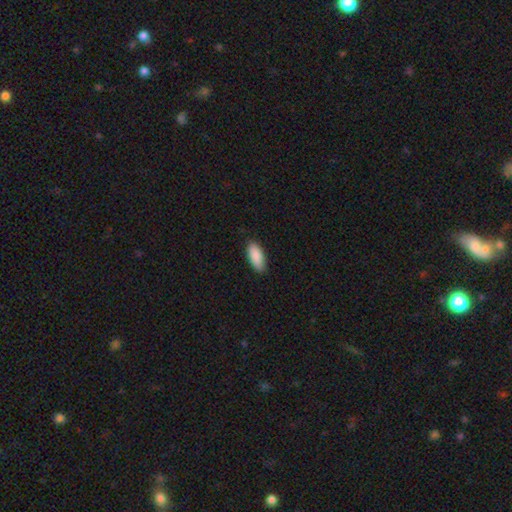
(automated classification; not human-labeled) smooth-or-featured: smooth: 90% | star or artifact: 6% | featured or disk: 5%
  how-rounded: in between: 86% | cigar-shaped: 12% | round: 2%
  merging: none: 86% | minor disturbance: 11% | major disturbance: 2% | merger: 1%